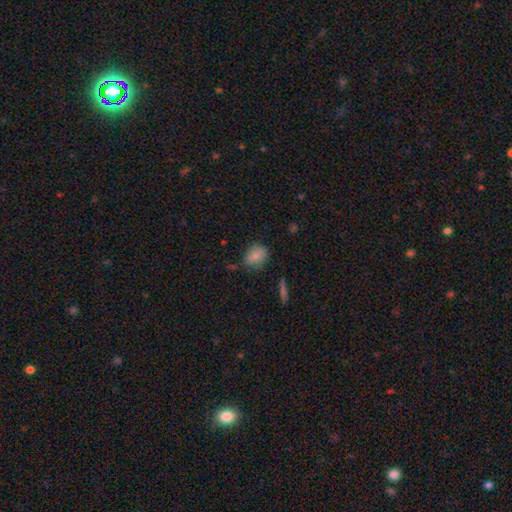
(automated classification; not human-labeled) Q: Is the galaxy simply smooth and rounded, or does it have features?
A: smooth — 78%.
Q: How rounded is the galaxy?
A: in between — 56%.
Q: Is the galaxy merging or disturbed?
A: none — 69%.